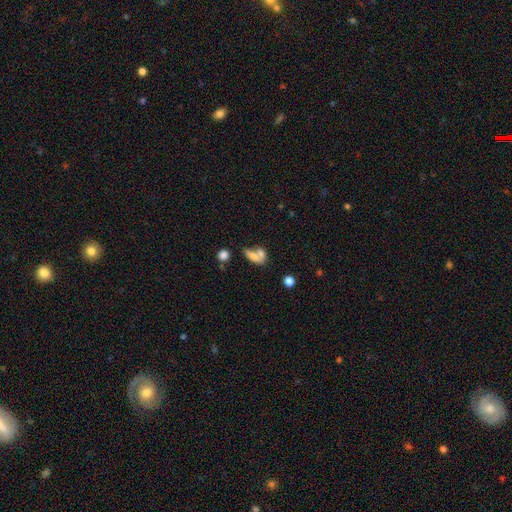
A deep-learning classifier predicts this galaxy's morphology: This is likely a smooth galaxy (69%). How rounded: likely in between (69%). Merging: possibly merger (52%).